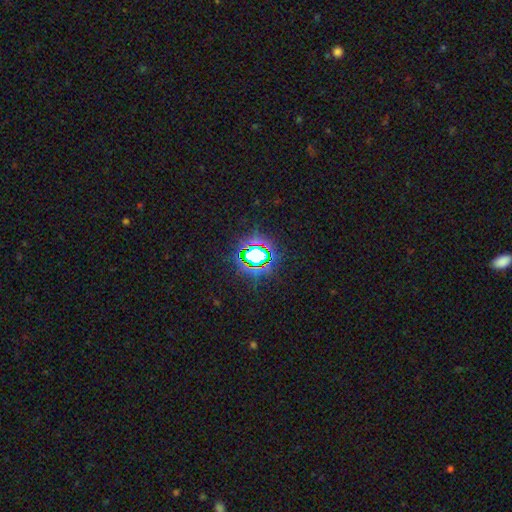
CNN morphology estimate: type=star or artifact (71%).